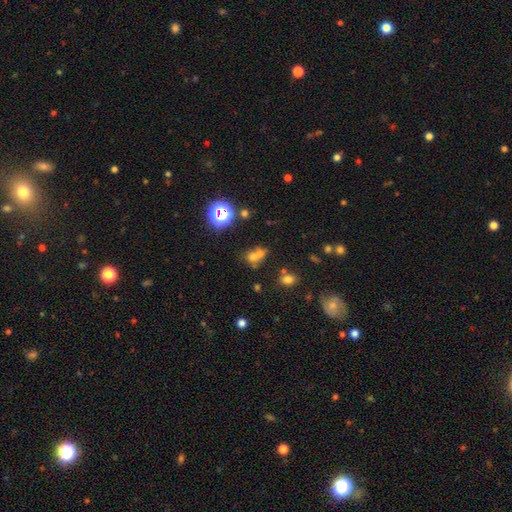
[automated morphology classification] A smooth galaxy with no disk features (56%) that is round (63%). Merging: merger (57%).